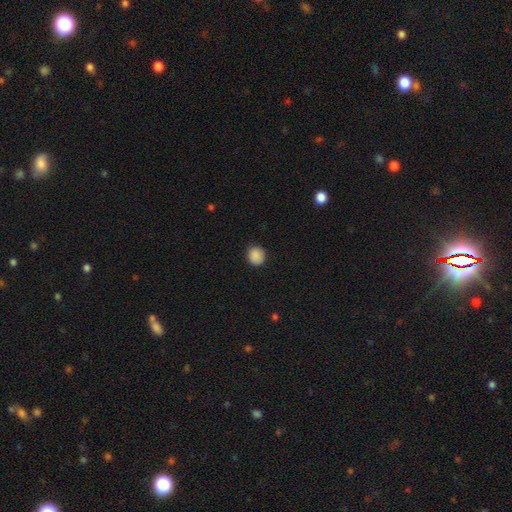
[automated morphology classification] smooth 89%, star or artifact 9%, featured or disk 2%. Down the decision tree: how rounded — round (86%); merging — none (89%).